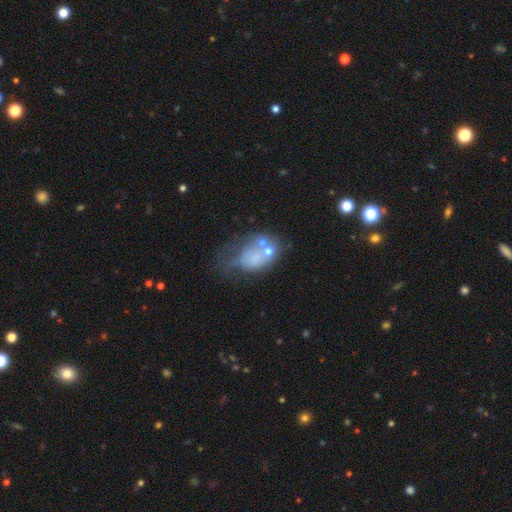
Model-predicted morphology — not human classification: Smooth or featured: featured or disk — 45% (smooth — 42%)
Merging: major disturbance — 33% (none — 24%)